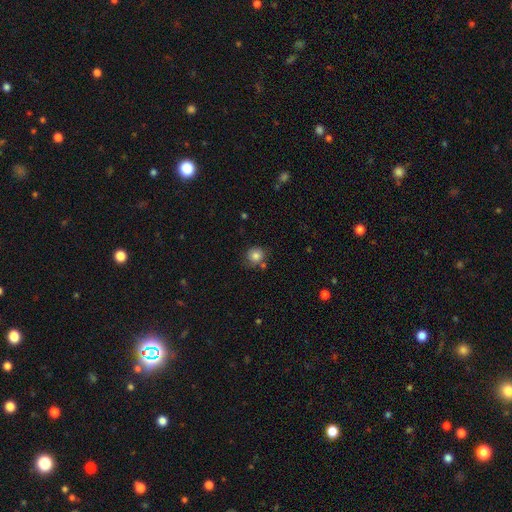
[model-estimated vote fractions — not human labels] smooth-or-featured: smooth: 81% | star or artifact: 11% | featured or disk: 8%
  how-rounded: round: 88% | in between: 11% | cigar-shaped: 1%
  merging: none: 75% | minor disturbance: 15% | merger: 7% | major disturbance: 4%